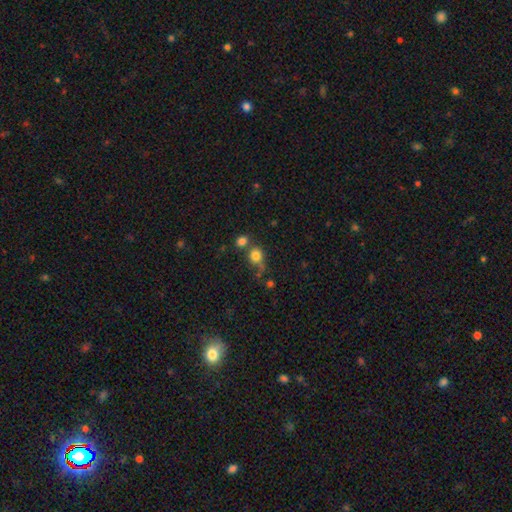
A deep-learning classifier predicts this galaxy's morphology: This is clearly a smooth galaxy (80%). How rounded: likely round (79%). Merging: possibly none (51%).